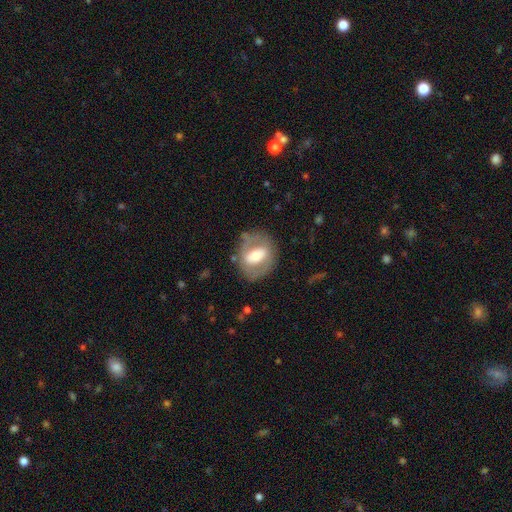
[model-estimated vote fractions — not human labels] smooth_or_featured: featured or disk (p=0.54) [alt: smooth p=0.40]
disk_edge_on: no (p=0.93) [alt: yes p=0.07]
merging: none (p=0.68) [alt: minor disturbance p=0.18]